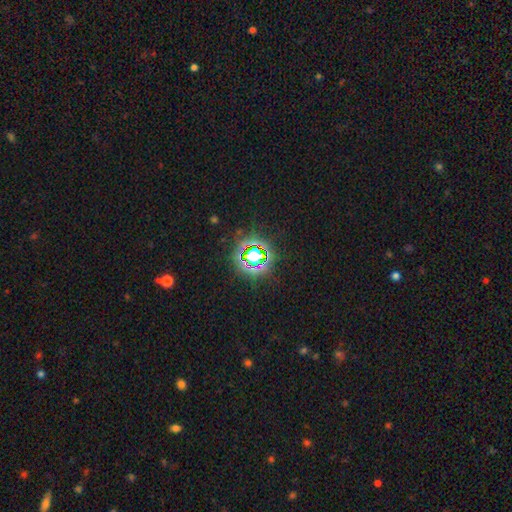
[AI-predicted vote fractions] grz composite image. It shows a star or artifact, not a galaxy (71%).